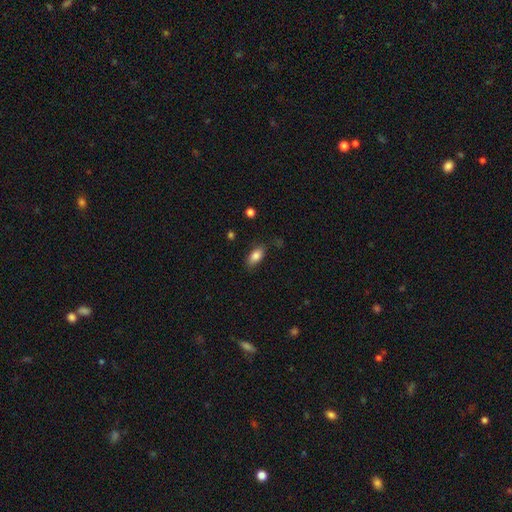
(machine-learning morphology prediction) smooth-or-featured: smooth: 84% | star or artifact: 8% | featured or disk: 8%
  how-rounded: in between: 88% | cigar-shaped: 7% | round: 5%
  merging: none: 79% | minor disturbance: 15% | major disturbance: 4% | merger: 2%